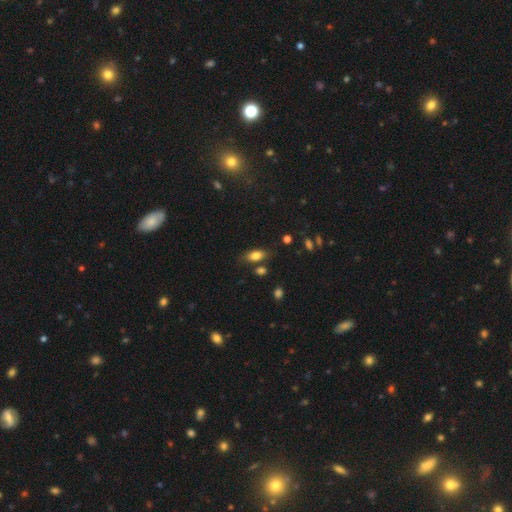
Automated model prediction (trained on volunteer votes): Smooth or featured? Predicted: smooth (p=0.80). How rounded? Predicted: in between (p=0.86). Merging? Predicted: none (p=0.73).